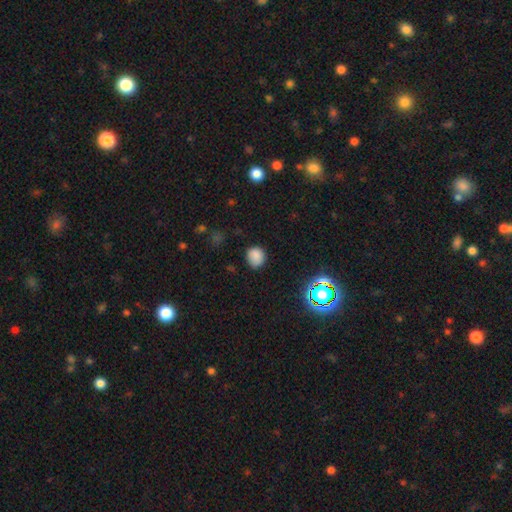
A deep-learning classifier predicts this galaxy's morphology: type=smooth (81%); roundness=round (81%); merging=none (80%).